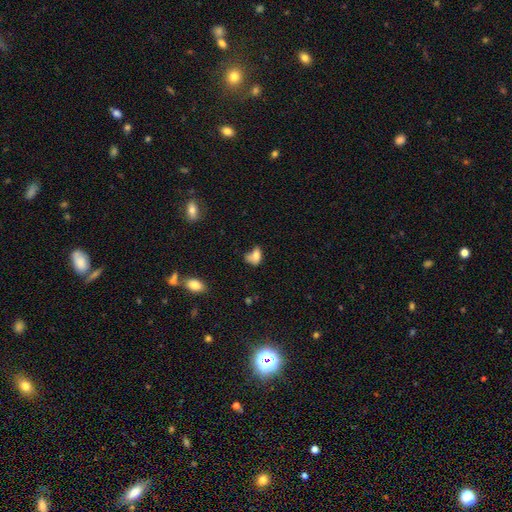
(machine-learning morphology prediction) Smooth or featured?
  - smooth: 72% *
  - featured or disk: 17%
  - star or artifact: 11%
How rounded?
  - in between: 79% *
  - round: 19%
  - cigar-shaped: 3%
Merging?
  - minor disturbance: 29% *
  - none: 26%
  - major disturbance: 24%
  - merger: 22%